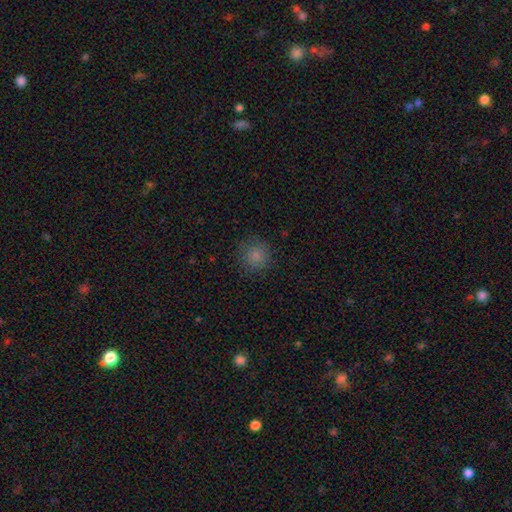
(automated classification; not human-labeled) Q: Smooth or featured?
A: smooth (81%); runner-up: star or artifact (13%)
Q: How rounded?
A: round (92%); runner-up: in between (7%)
Q: Merging?
A: none (84%); runner-up: minor disturbance (11%)